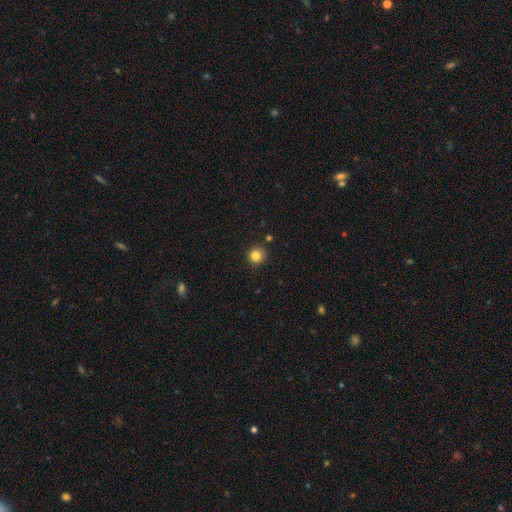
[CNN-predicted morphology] This appears to be a smooth galaxy with no disk features (82%) that is round (94%). Merging: none (89%).